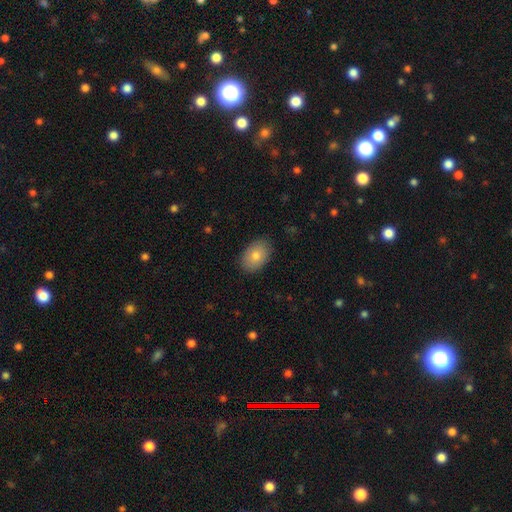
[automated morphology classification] This is likely a smooth galaxy (80%). How rounded: clearly in between (88%). Merging: clearly none (87%).